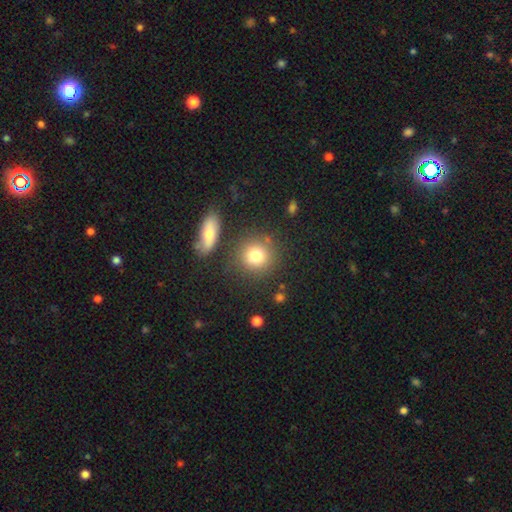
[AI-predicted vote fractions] smooth 80%, star or artifact 11%, featured or disk 10%. Down the decision tree: how rounded — round (88%); merging — none (79%).